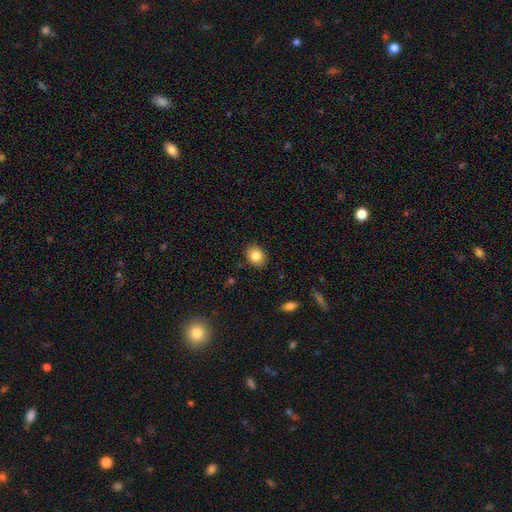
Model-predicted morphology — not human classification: Smooth or featured? Predicted: smooth (p=0.85). How rounded? Predicted: in between (p=0.51). Merging? Predicted: none (p=0.87).